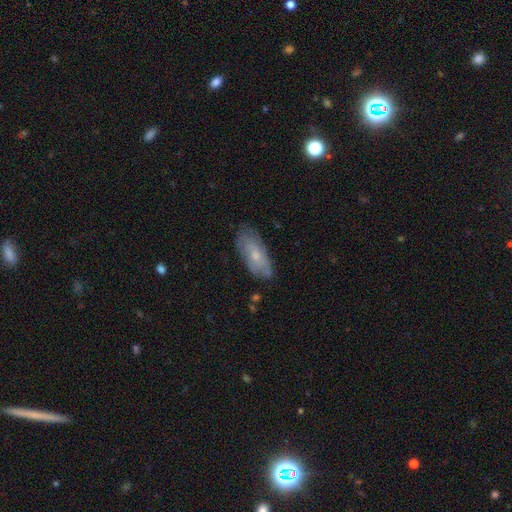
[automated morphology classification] This is possibly a smooth galaxy (50%). How rounded: clearly in between (81%). Merging: likely none (72%).